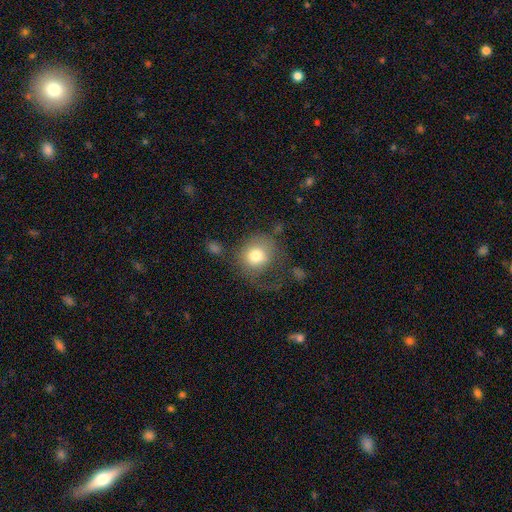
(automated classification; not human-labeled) Morphology: type=smooth (75%); roundness=round (79%); merging=none (42%).